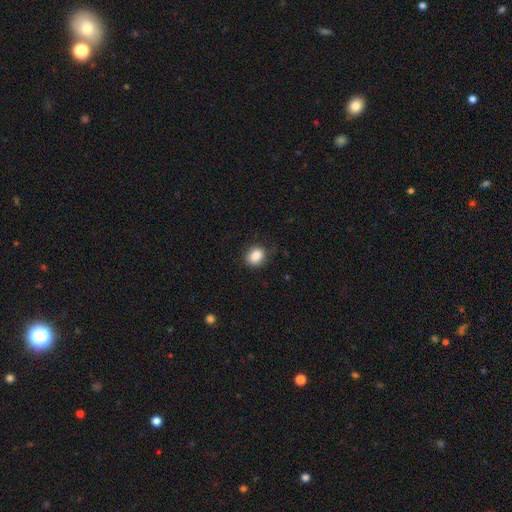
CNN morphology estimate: This is clearly a smooth galaxy (88%). How rounded: possibly round (54%). Merging: likely none (80%).